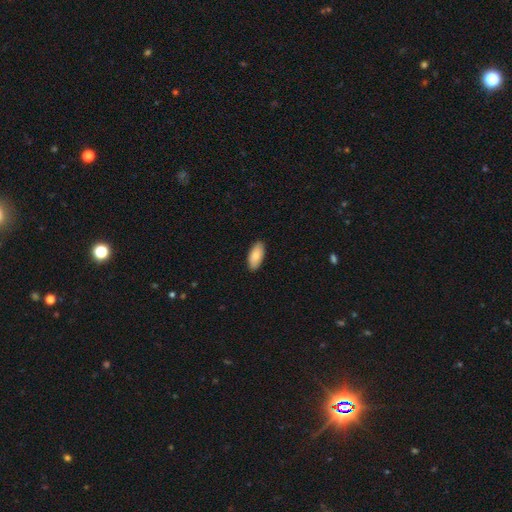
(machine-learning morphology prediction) This appears to be a smooth galaxy with no disk features (85%) that is in between round and cigar-shaped (91%). Merging: none (89%).